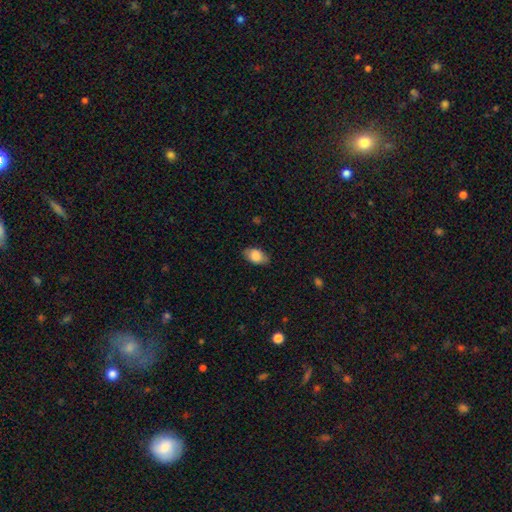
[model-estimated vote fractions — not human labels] A smooth galaxy with no disk features (83%) that is in between round and cigar-shaped (90%). Merging: none (80%).